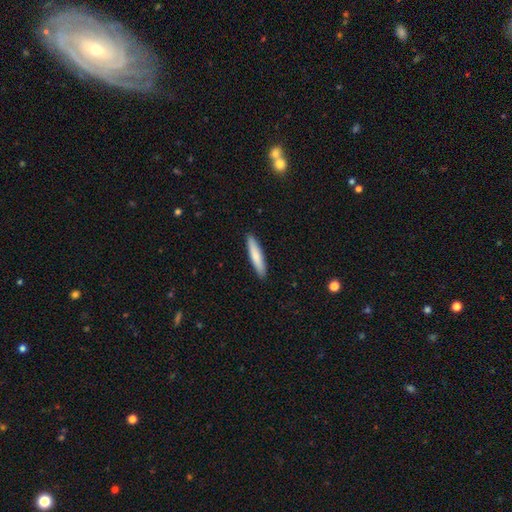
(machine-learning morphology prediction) smooth-or-featured: smooth: 79% | featured or disk: 16% | star or artifact: 5%
  how-rounded: cigar-shaped: 88% | in between: 11% | round: 1%
  merging: none: 91% | minor disturbance: 6% | major disturbance: 1% | merger: 1%